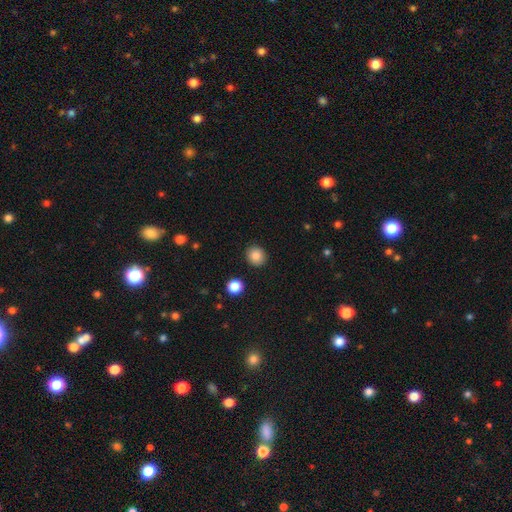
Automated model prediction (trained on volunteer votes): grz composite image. It shows a smooth galaxy with no disk features (85%) that is round (86%). Merging: none (91%).